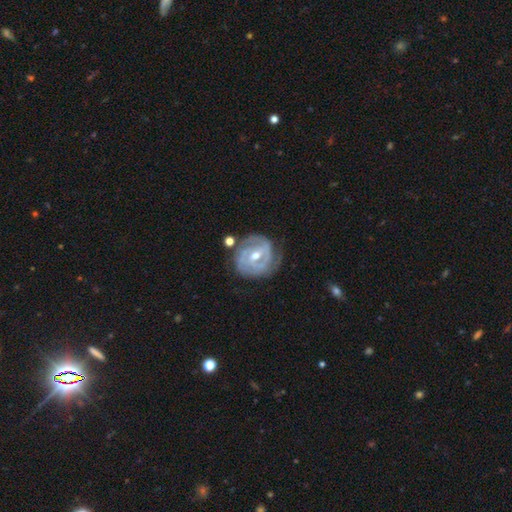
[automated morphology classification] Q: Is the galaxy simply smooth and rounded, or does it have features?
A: featured or disk — 85%.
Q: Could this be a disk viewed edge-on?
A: no — 97%.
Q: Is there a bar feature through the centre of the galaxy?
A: weak — 46%.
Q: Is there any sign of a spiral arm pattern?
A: yes — 92%.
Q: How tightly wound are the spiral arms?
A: tight — 67%.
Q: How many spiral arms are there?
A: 2 — 47%.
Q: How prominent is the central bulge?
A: moderate — 66%.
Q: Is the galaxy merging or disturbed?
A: none — 67%.